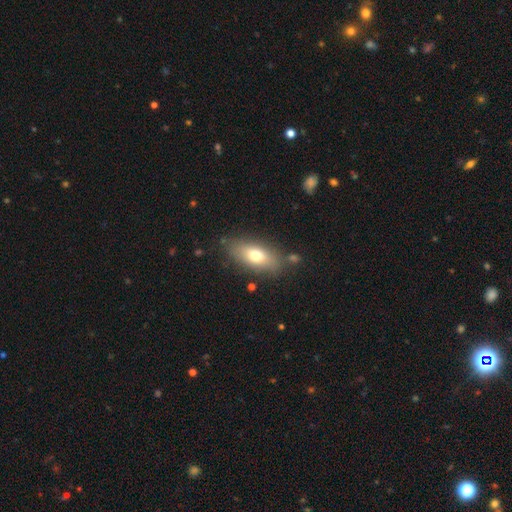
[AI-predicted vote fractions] Smooth or featured? smooth (72%)
How rounded? in between (81%)
Merging? none (79%)